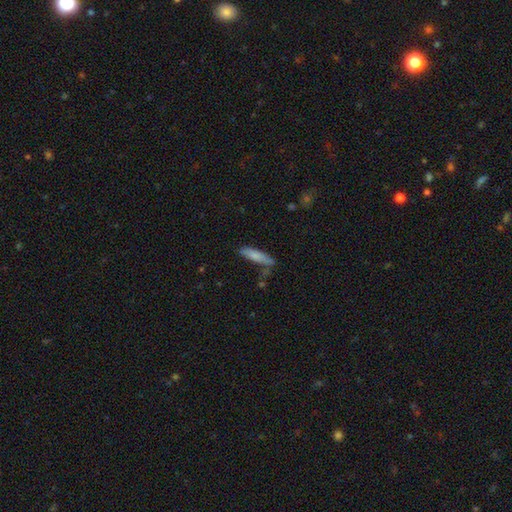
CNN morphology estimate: Smooth or featured? smooth (78%)
How rounded? cigar-shaped (78%)
Merging? none (73%)